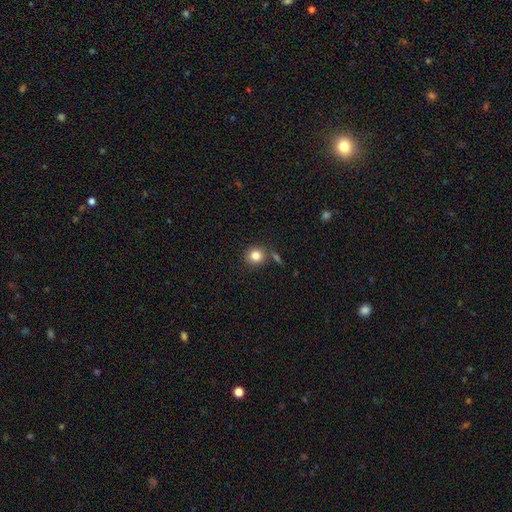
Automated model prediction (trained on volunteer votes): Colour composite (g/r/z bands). It shows a smooth galaxy with no disk features (84%) that is round (88%). Merging: none (77%).